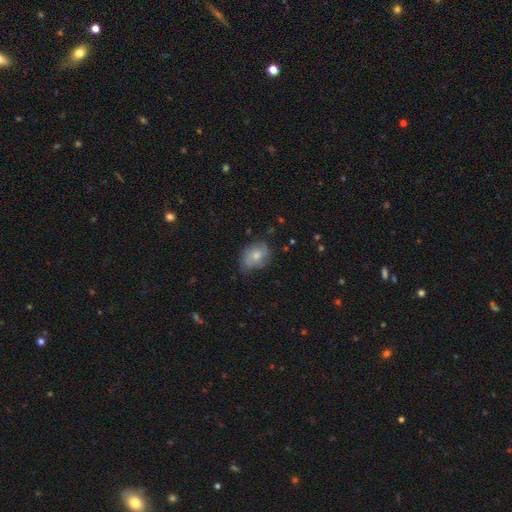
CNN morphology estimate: Q: Smooth or featured?
A: smooth (62%); runner-up: featured or disk (30%)
Q: How rounded?
A: in between (65%); runner-up: round (34%)
Q: Merging?
A: none (58%); runner-up: minor disturbance (31%)